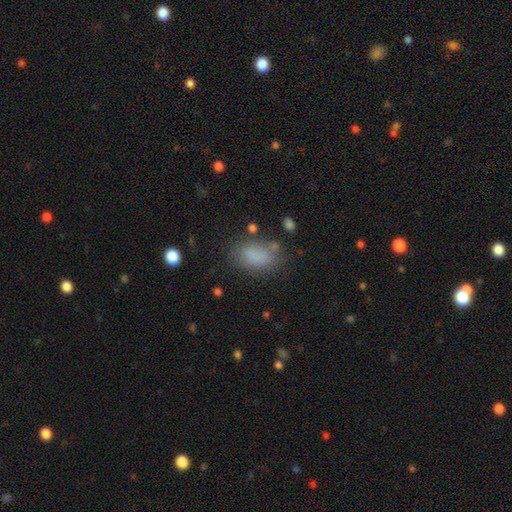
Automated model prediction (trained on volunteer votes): Smooth or featured: smooth — 80% (star or artifact — 12%)
How rounded: in between — 88% (round — 10%)
Merging: none — 66% (minor disturbance — 20%)